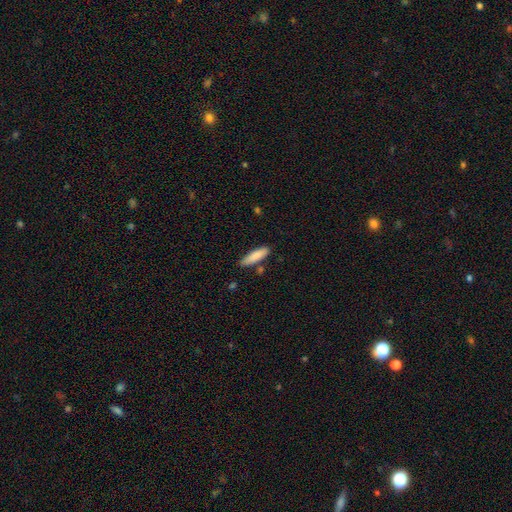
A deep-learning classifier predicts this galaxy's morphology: This is clearly a smooth galaxy (85%). How rounded: likely cigar-shaped (68%). Merging: clearly none (81%).